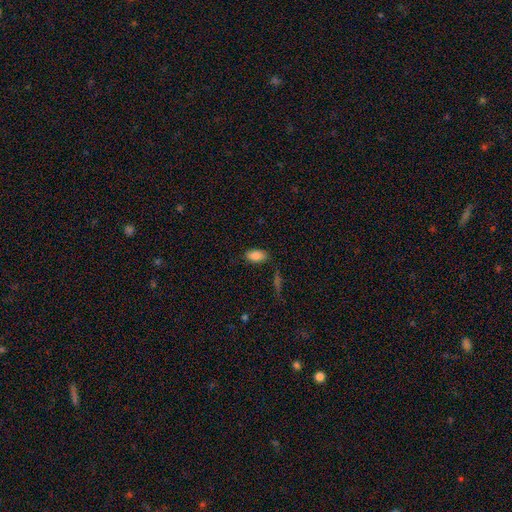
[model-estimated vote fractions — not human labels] This is clearly a smooth galaxy (85%). How rounded: clearly in between (92%). Merging: clearly none (80%).